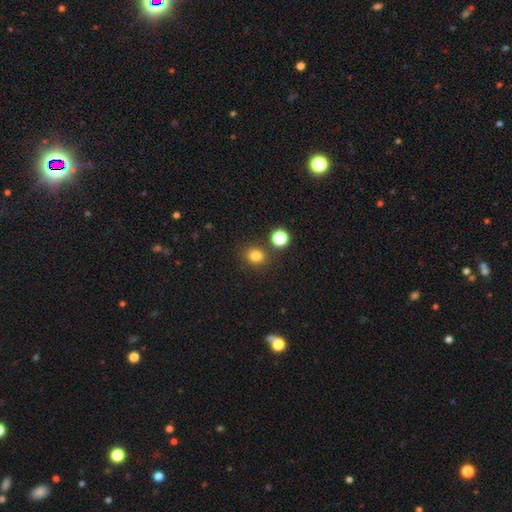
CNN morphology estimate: Q: Smooth or featured?
A: smooth (80%); runner-up: star or artifact (15%)
Q: How rounded?
A: round (70%); runner-up: in between (29%)
Q: Merging?
A: none (81%); runner-up: minor disturbance (9%)